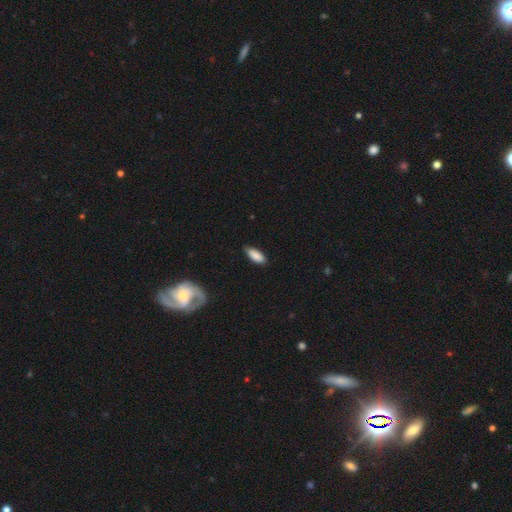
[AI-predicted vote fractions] Overall: smooth (86%). How rounded: in between (82%). Merging: none (78%).